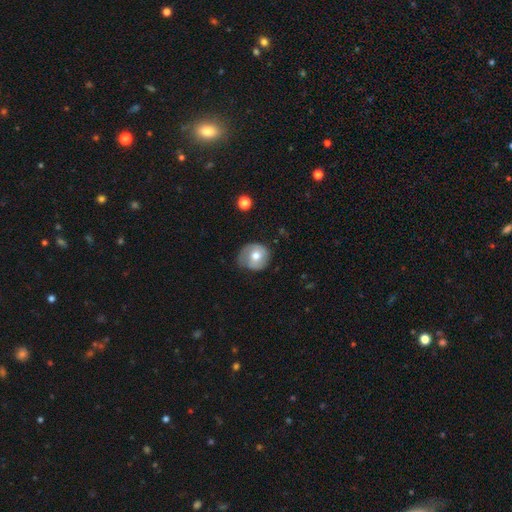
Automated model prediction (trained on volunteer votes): Q: Smooth or featured?
A: smooth (56%); runner-up: featured or disk (37%)
Q: How rounded?
A: round (83%); runner-up: in between (16%)
Q: Merging?
A: none (61%); runner-up: minor disturbance (28%)